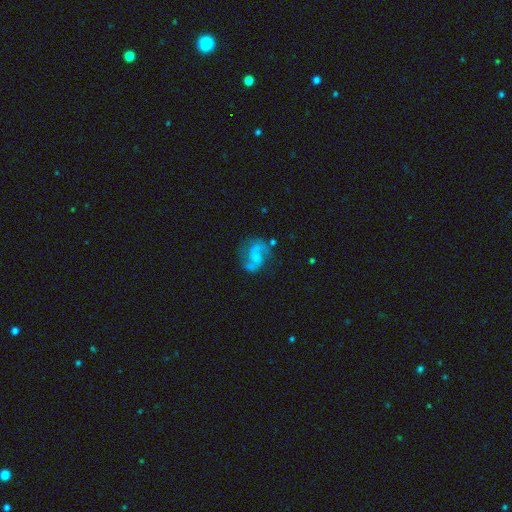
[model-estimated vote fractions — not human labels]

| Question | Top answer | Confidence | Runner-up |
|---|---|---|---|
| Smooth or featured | featured or disk | 73% | smooth (18%) |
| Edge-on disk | no | 98% | yes (2%) |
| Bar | no | 57% | weak (33%) |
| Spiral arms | yes | 88% | no (12%) |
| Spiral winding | medium | 43% | loose (42%) |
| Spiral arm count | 2 | 86% | 1 (5%) |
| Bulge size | none | 63% | small (20%) |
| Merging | none | 54% | minor disturbance (20%) |